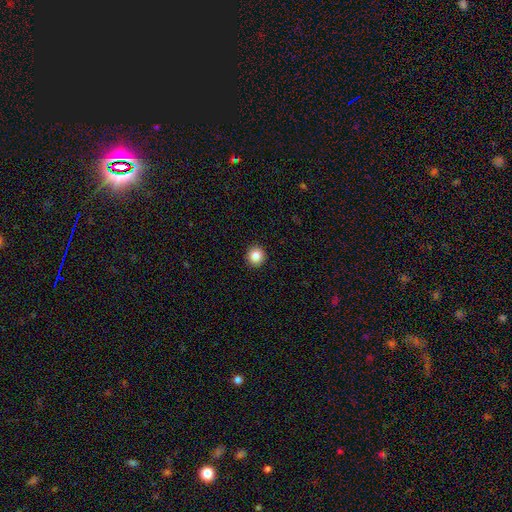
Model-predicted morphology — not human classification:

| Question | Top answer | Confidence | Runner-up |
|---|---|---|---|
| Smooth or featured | smooth | 85% | star or artifact (10%) |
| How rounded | round | 94% | in between (5%) |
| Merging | none | 94% | minor disturbance (4%) |